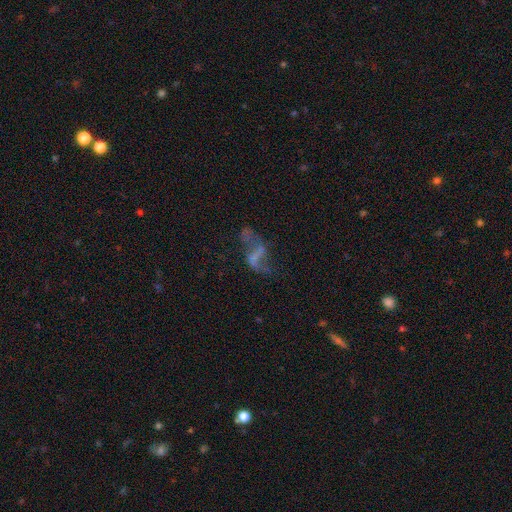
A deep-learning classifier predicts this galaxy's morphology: Q: Smooth or featured?
A: featured or disk (64%); runner-up: smooth (20%)
Q: Edge-on disk?
A: no (95%); runner-up: yes (5%)
Q: Bar?
A: strong (35%); runner-up: weak (33%)
Q: Spiral arms?
A: yes (57%); runner-up: no (43%)
Q: Bulge size?
A: none (69%); runner-up: small (18%)
Q: Merging?
A: none (41%); runner-up: major disturbance (33%)